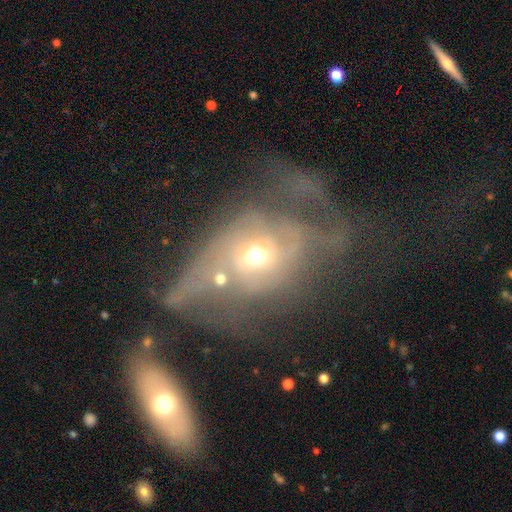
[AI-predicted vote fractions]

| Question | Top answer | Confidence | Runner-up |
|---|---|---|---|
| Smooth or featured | featured or disk | 60% | smooth (28%) |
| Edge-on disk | no | 91% | yes (9%) |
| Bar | no | 80% | weak (15%) |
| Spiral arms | no | 59% | yes (41%) |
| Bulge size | moderate | 57% | small (34%) |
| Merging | major disturbance | 45% | merger (25%) |